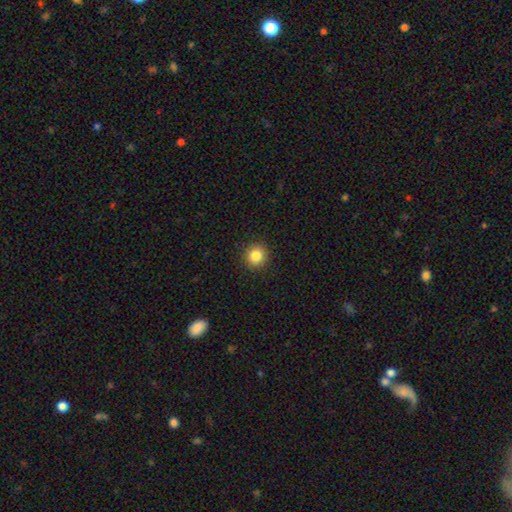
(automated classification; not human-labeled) Smooth or featured: smooth — 85% (star or artifact — 11%)
How rounded: round — 92% (in between — 7%)
Merging: none — 92% (minor disturbance — 6%)